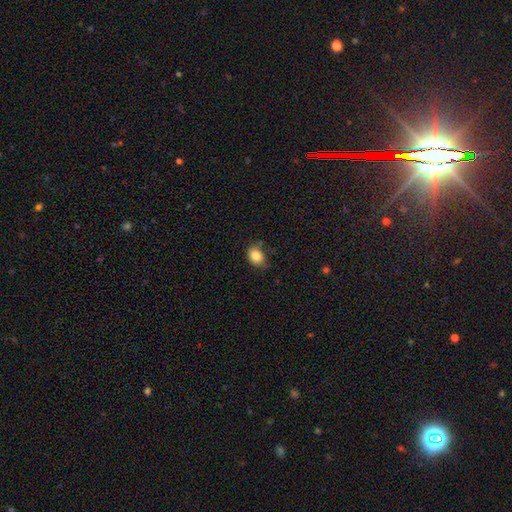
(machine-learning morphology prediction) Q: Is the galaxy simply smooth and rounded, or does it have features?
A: smooth — 86%.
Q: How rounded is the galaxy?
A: in between — 65%.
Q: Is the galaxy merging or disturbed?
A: none — 66%.